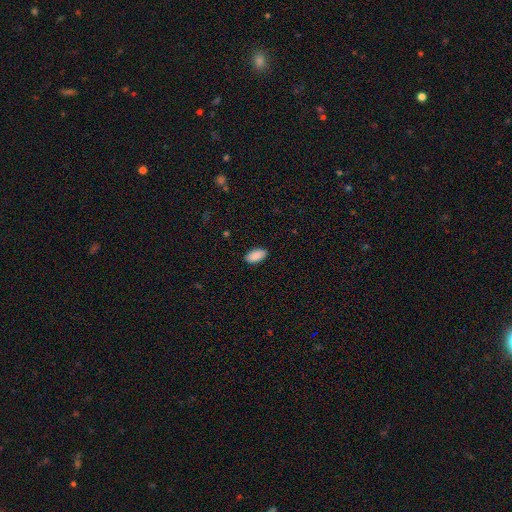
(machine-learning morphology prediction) smooth 90%, star or artifact 6%, featured or disk 3%. Down the decision tree: how rounded — in between (94%); merging — none (88%).